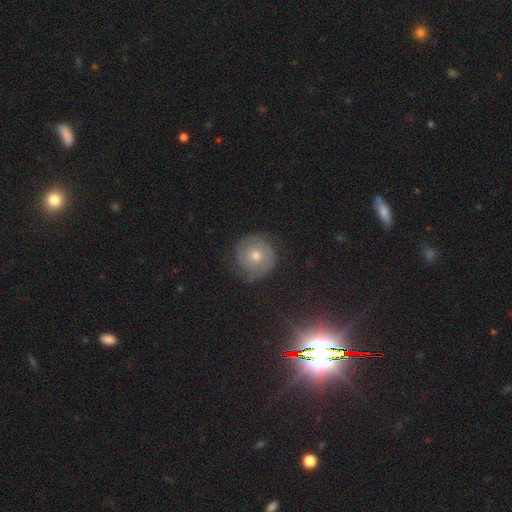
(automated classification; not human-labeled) smooth-or-featured: featured or disk: 58% | smooth: 27% | star or artifact: 15%
  disk-edge-on: no: 96% | yes: 4%
    bar: no: 82% | weak: 14% | strong: 3%
    has-spiral-arms: yes: 84% | no: 16%
    bulge-size: moderate: 62% | small: 33% | large: 3% | none: 1% | dominant: 1%
  merging: none: 77% | minor disturbance: 16% | major disturbance: 6% | merger: 1%